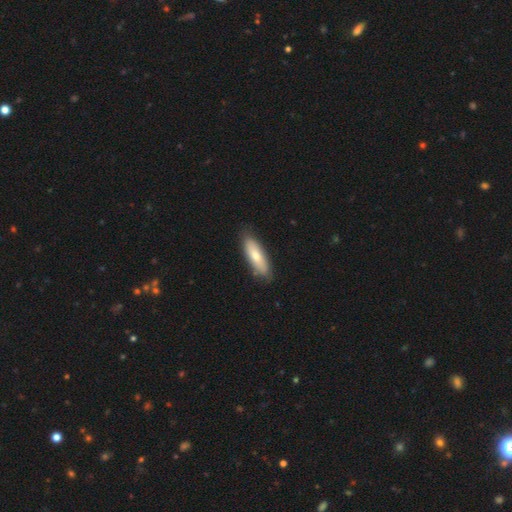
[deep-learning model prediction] This is likely a smooth galaxy (68%). How rounded: possibly in between (59%). Merging: clearly none (82%).